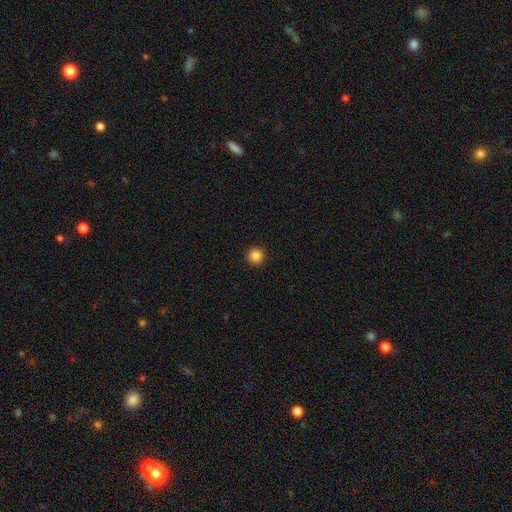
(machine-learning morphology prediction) This appears to be a smooth galaxy with no disk features (86%) that is round (96%). Merging: none (94%).